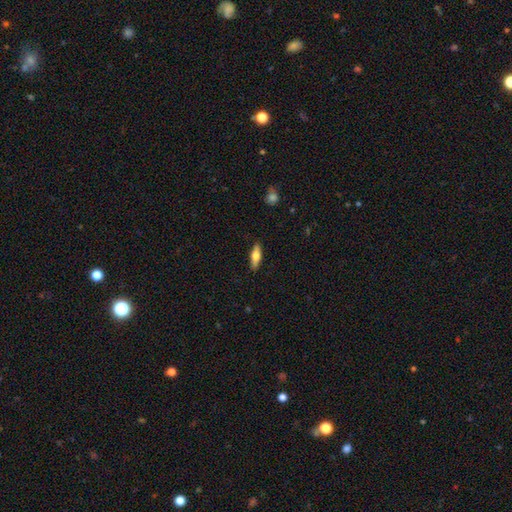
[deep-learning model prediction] Overall: smooth (62%; featured or disk 32%). How rounded: in between (49%; cigar-shaped 48%). Merging: none (89%).